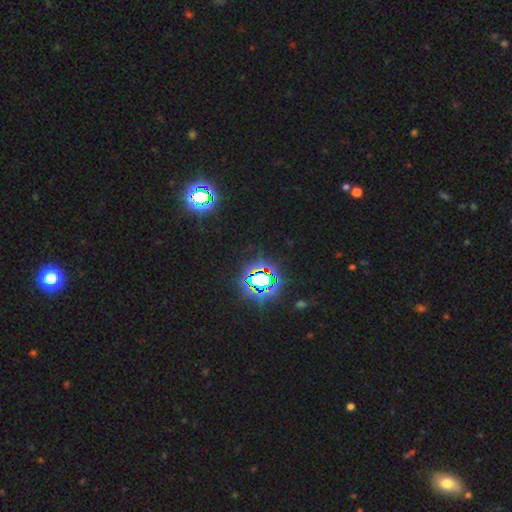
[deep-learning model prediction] This appears to be a star or artifact, not a galaxy (83%).